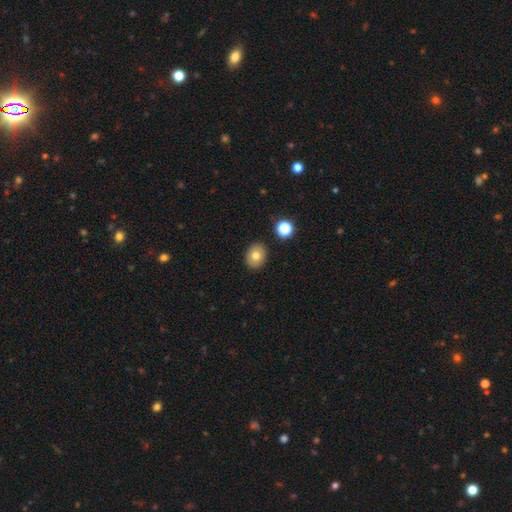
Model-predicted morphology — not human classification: smooth-or-featured: smooth: 76% | featured or disk: 14% | star or artifact: 10%
  how-rounded: round: 50% | in between: 49% | cigar-shaped: 1%
  merging: none: 88% | minor disturbance: 8% | merger: 2% | major disturbance: 2%